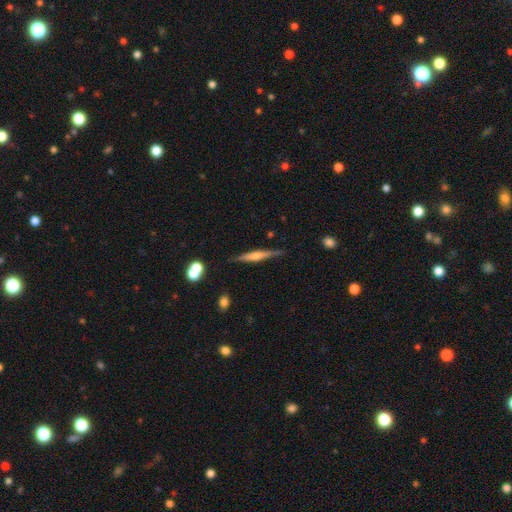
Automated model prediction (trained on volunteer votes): featured or disk 64%, smooth 29%, star or artifact 7%. Down the decision tree: edge-on disk — yes (97%); edge-on bulge — rounded (71%); merging — none (86%).